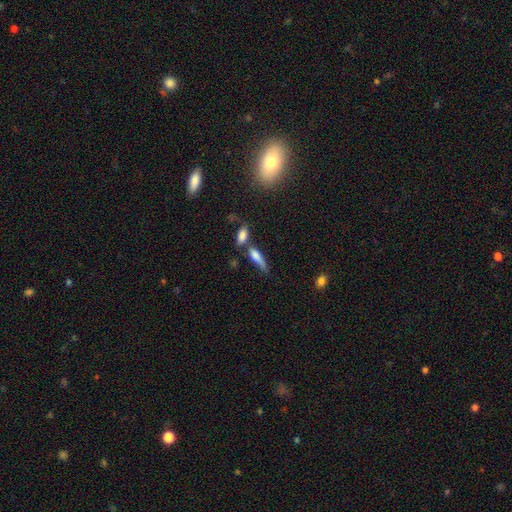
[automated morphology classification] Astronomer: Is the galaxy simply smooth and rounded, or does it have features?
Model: smooth — 70%.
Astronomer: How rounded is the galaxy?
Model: cigar-shaped — 59% (runner-up: in between, 38%).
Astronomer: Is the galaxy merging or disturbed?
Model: none — 39% (runner-up: merger, 30%).